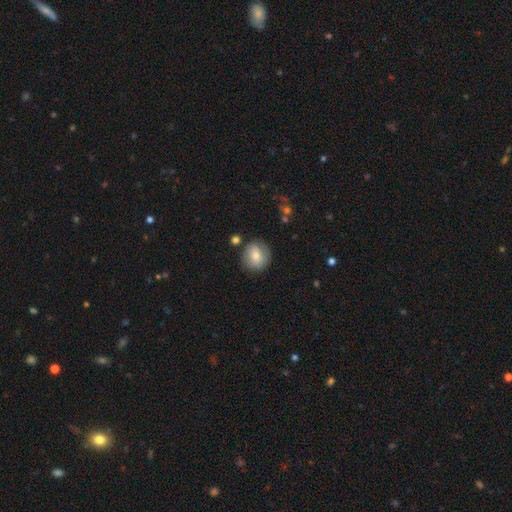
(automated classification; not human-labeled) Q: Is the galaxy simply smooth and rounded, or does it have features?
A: smooth — 68%.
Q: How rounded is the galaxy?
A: round — 88%.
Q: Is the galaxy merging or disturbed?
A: none — 79%.